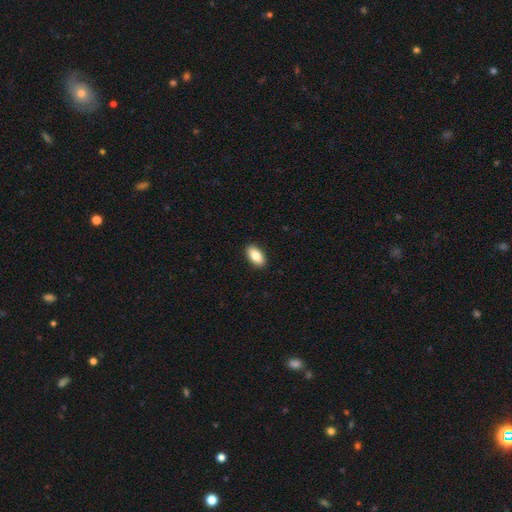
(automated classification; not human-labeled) Smooth or featured?
  - smooth: 84% *
  - featured or disk: 9%
  - star or artifact: 7%
How rounded?
  - in between: 92% *
  - cigar-shaped: 5%
  - round: 3%
Merging?
  - none: 91% *
  - minor disturbance: 7%
  - major disturbance: 2%
  - merger: 1%